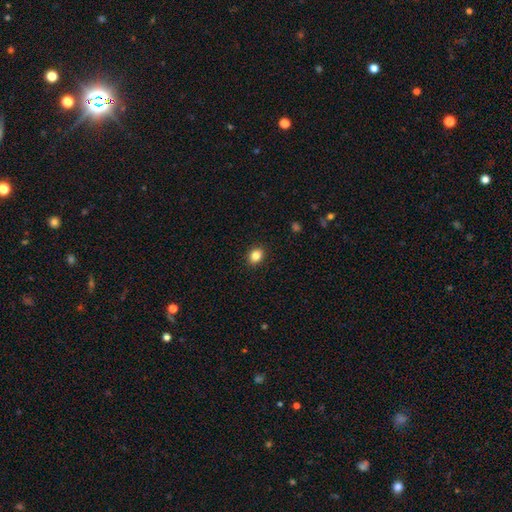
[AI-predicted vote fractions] Smooth or featured? Predicted: smooth (p=0.84). How rounded? Predicted: round (p=0.55). Merging? Predicted: none (p=0.91).